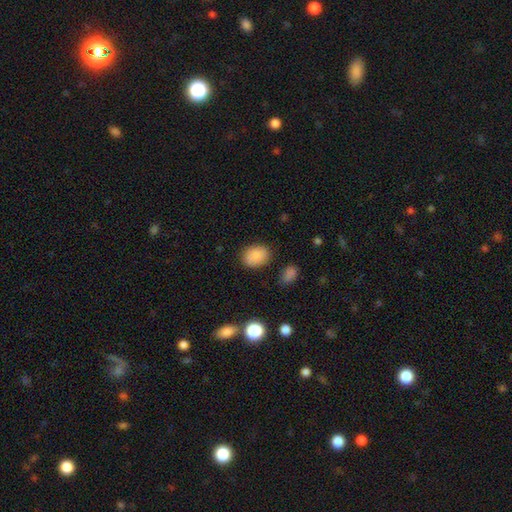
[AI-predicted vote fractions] Smooth or featured? smooth (85%)
How rounded? in between (71%)
Merging? none (82%)